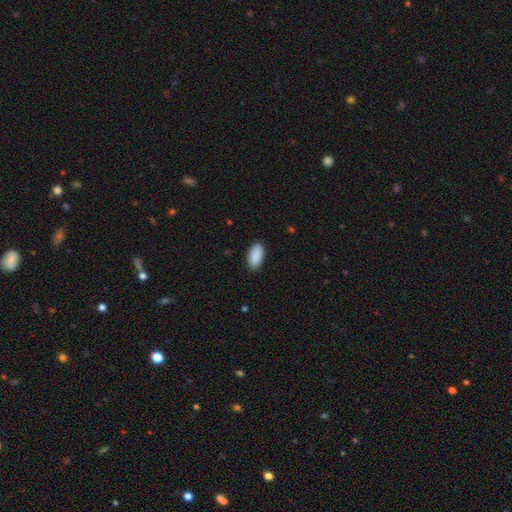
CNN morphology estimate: This appears to be a smooth galaxy with no disk features (91%) that is in between round and cigar-shaped (92%). Merging: none (87%).